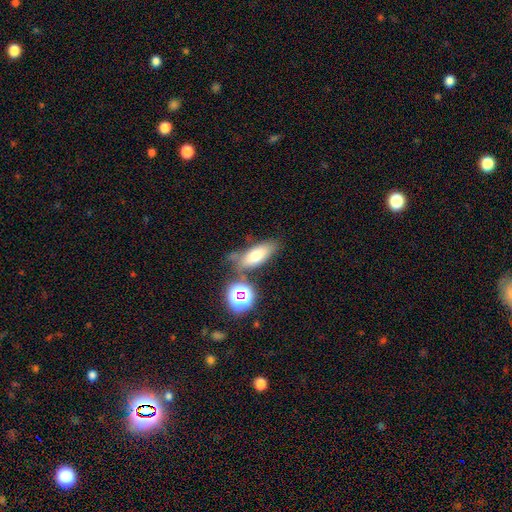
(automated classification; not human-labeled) A smooth galaxy with no disk features (69%) that is in between round and cigar-shaped (70%).

Vote fractions:
- Smooth or featured? smooth: 69% / featured or disk: 18% / star or artifact: 14%
- How rounded? in between: 70% / cigar-shaped: 22% / round: 8%
- Merging? none: 62% / minor disturbance: 18% / merger: 13% / major disturbance: 7%